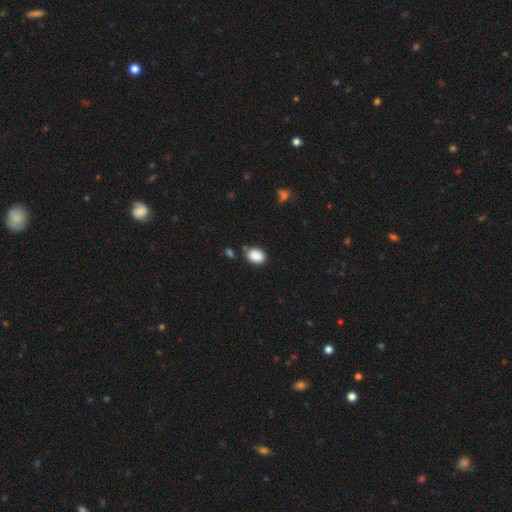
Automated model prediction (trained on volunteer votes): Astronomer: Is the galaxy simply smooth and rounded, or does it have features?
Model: smooth — 88%.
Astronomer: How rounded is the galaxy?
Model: in between — 75%.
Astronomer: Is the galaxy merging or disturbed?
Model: none — 70%.